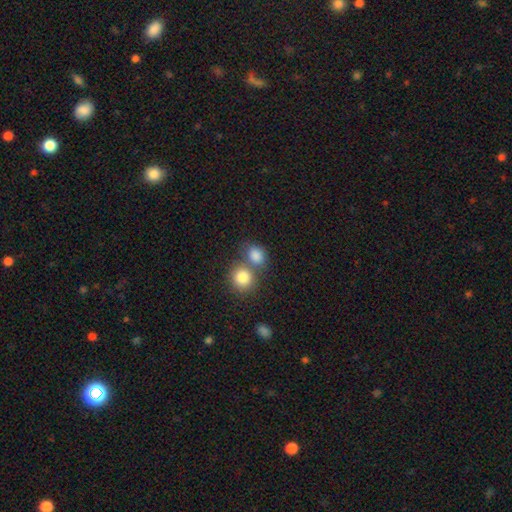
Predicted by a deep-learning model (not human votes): Smooth or featured? smooth (82%)
How rounded? round (61%)
Merging? none (45%)